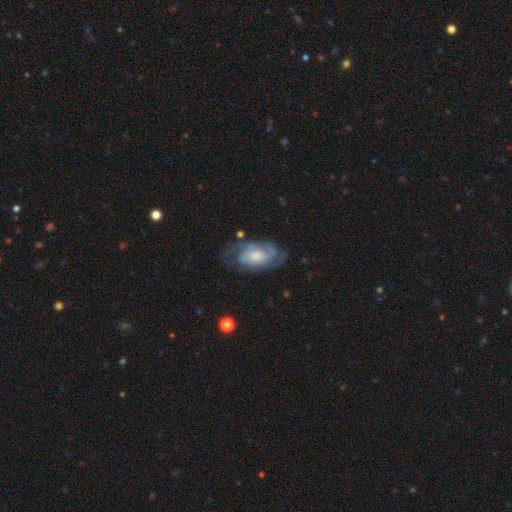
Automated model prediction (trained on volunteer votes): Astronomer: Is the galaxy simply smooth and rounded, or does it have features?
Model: featured or disk — 80%.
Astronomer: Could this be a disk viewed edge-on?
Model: no — 96%.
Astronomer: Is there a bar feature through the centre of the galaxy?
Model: no — 70%.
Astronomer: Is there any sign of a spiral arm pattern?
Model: yes — 93%.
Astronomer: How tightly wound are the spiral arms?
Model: tight — 44% (runner-up: medium, 42%).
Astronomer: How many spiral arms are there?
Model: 2 — 41% (runner-up: can't tell, 25%).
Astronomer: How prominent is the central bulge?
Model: small — 44% (runner-up: moderate, 37%).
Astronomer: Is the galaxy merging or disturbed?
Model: none — 61%.